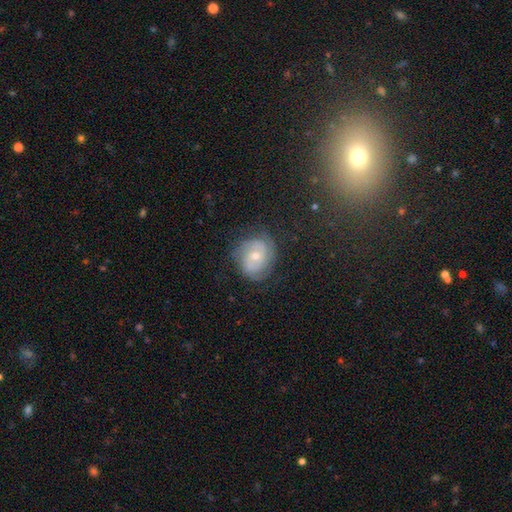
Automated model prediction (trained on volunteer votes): Smooth or featured? Predicted: featured or disk (p=0.70). Edge-on disk? Predicted: no (p=0.97). Bar? Predicted: no (p=0.67). Spiral arms? Predicted: yes (p=0.89). Spiral winding? Predicted: tight (p=0.58). Spiral arm count? Predicted: 2 (p=0.46). Bulge size? Predicted: moderate (p=0.54). Merging? Predicted: none (p=0.73).